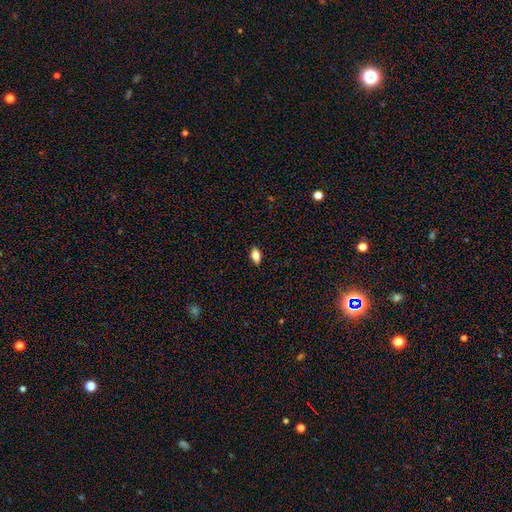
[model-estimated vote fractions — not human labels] Smooth or featured? Predicted: smooth (p=0.79). How rounded? Predicted: in between (p=0.88). Merging? Predicted: none (p=0.88).